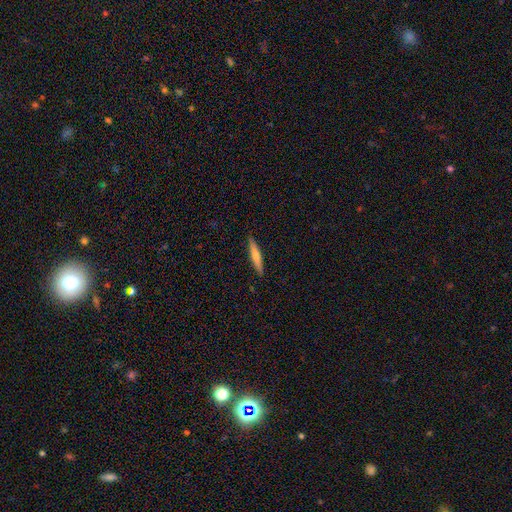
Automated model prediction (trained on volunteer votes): Overall: smooth (60%; featured or disk 34%). How rounded: cigar-shaped (92%). Merging: none (90%).